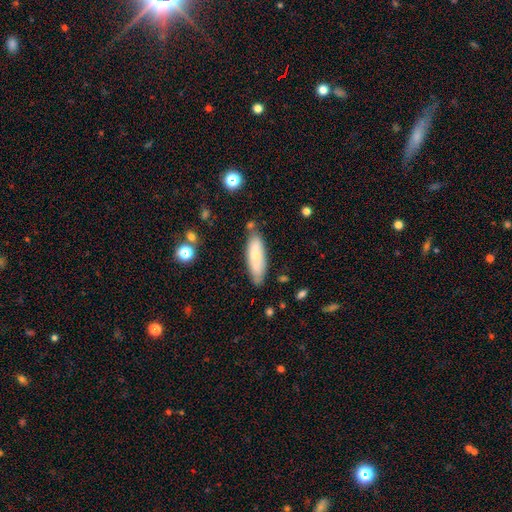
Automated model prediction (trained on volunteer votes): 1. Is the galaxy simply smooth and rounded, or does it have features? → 70% smooth, 24% featured or disk, 7% star or artifact.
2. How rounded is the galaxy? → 55% cigar-shaped, 43% in between, 2% round.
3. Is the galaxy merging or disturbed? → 76% none, 17% minor disturbance, 4% merger, 3% major disturbance.